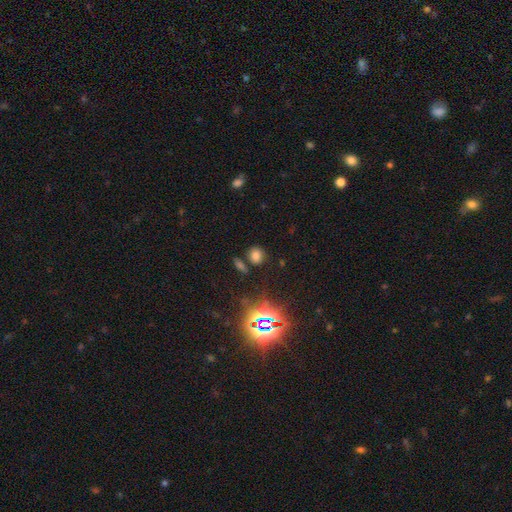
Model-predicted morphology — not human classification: Smooth or featured: smooth — 66% (star or artifact — 27%)
How rounded: round — 65% (in between — 33%)
Merging: none — 77% (minor disturbance — 10%)